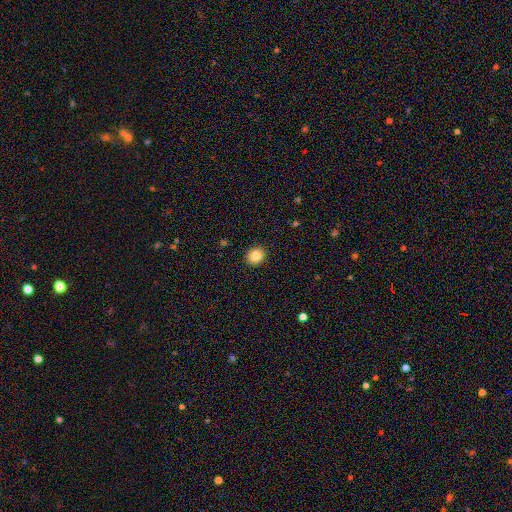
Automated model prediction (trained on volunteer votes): Smooth or featured? Predicted: smooth (p=0.84). How rounded? Predicted: round (p=0.73). Merging? Predicted: none (p=0.92).